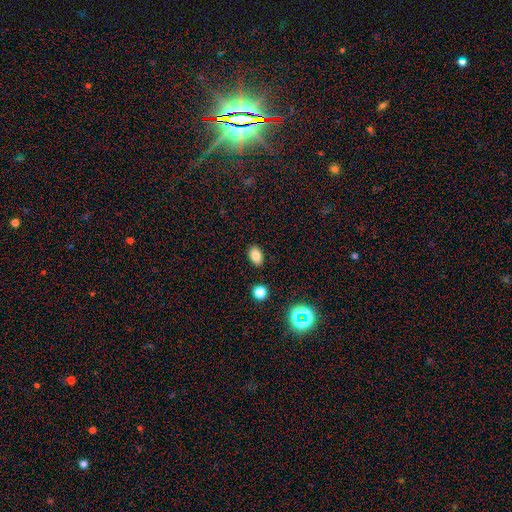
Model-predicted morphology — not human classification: This is clearly a smooth galaxy (80%). How rounded: clearly in between (86%). Merging: clearly none (87%).